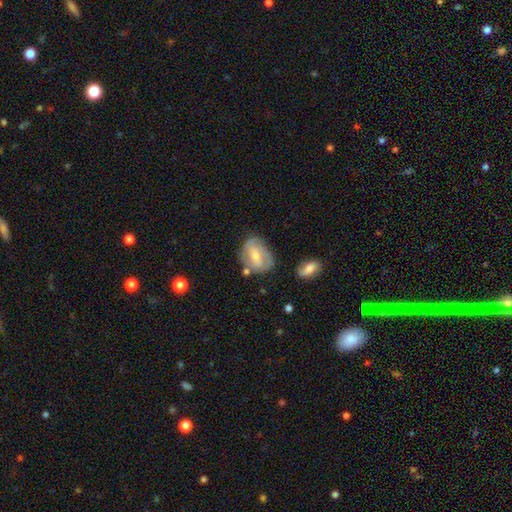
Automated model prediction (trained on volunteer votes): Smooth or featured: featured or disk — 55% (smooth — 38%)
Edge-on disk: no — 95% (yes — 5%)
Bar: weak — 43% (no — 41%)
Spiral arms: yes — 74% (no — 26%)
Bulge size: small — 50% (moderate — 44%)
Merging: none — 60% (minor disturbance — 24%)